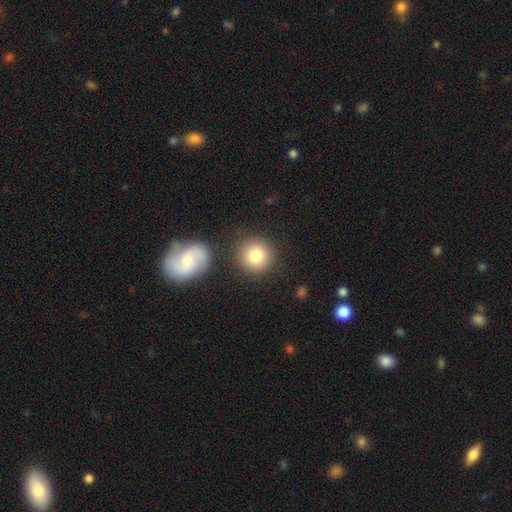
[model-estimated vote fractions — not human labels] Morphology: type=smooth (83%); roundness=round (93%); merging=none (82%).